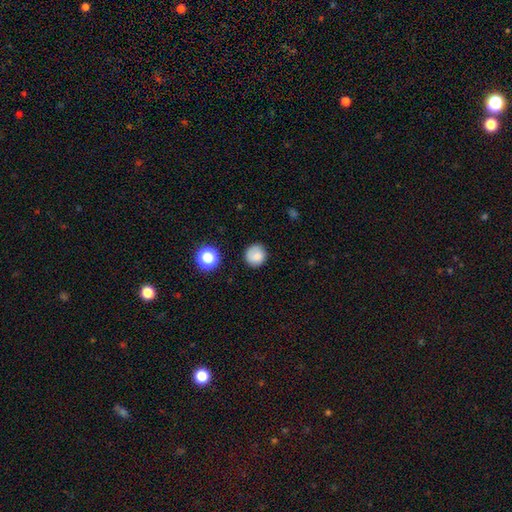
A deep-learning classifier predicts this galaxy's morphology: smooth-or-featured: smooth: 81% | star or artifact: 11% | featured or disk: 9%
  how-rounded: round: 92% | in between: 7% | cigar-shaped: 1%
  merging: none: 82% | minor disturbance: 12% | major disturbance: 3% | merger: 2%